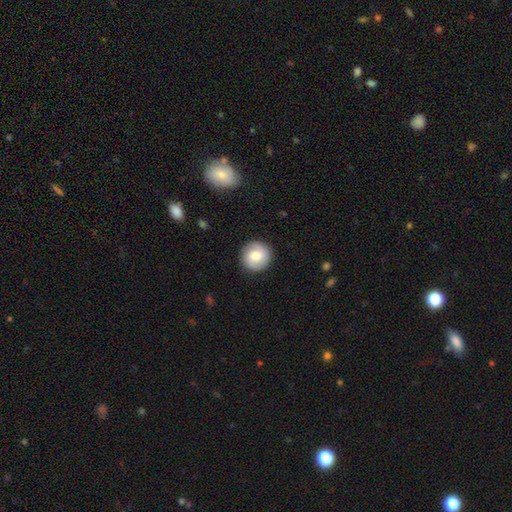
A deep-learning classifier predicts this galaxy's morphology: Smooth or featured? smooth (61%)
How rounded? round (93%)
Merging? none (89%)